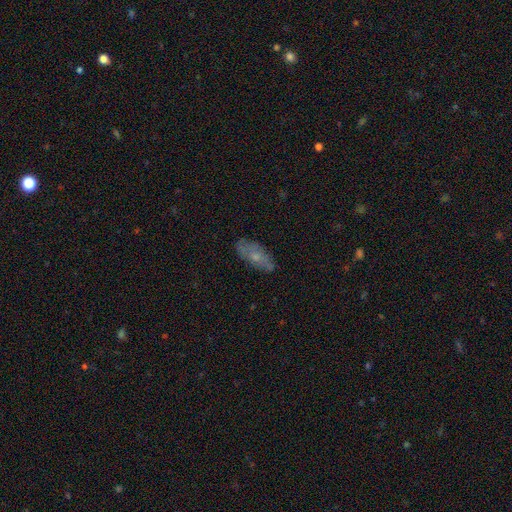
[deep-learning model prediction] A smooth galaxy with no disk features (55%) that is in between round and cigar-shaped (76%).

Vote fractions:
- Smooth or featured? smooth: 55% / featured or disk: 37% / star or artifact: 8%
- How rounded? in between: 76% / cigar-shaped: 21% / round: 3%
- Merging? none: 75% / minor disturbance: 19% / major disturbance: 4% / merger: 2%